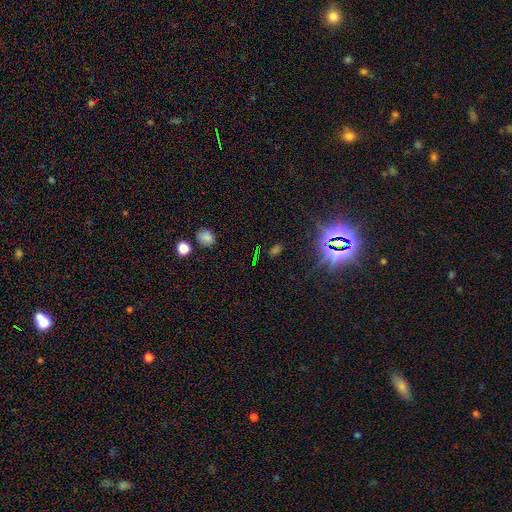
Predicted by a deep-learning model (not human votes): The model was most divided on "smooth or featured": star or artifact: 57%, smooth: 33%, featured or disk: 10%.